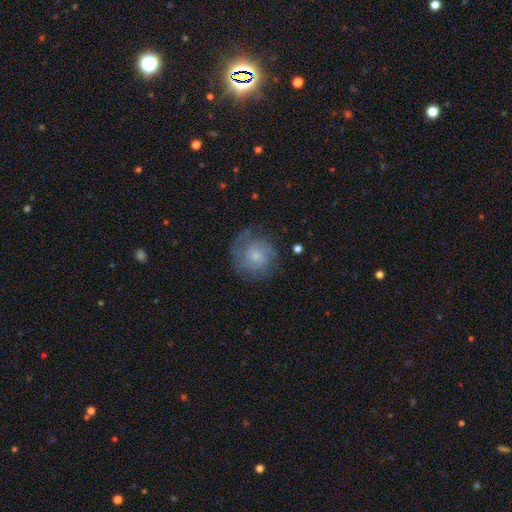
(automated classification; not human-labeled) The model was most divided on "smooth or featured": smooth: 62%, featured or disk: 29%, star or artifact: 9%. More confident: how rounded — round (89%); merging — none (65%).